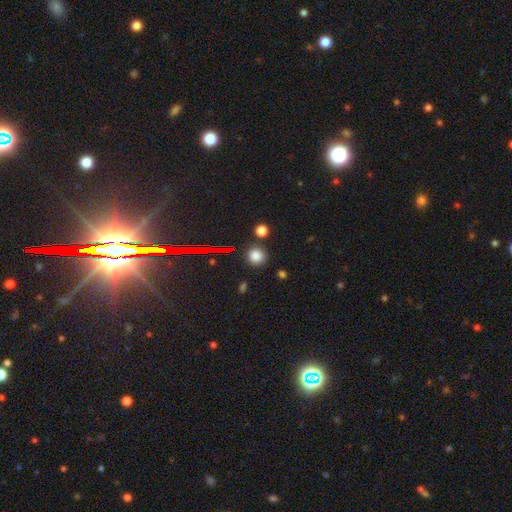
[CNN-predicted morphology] A smooth galaxy with no disk features (78%) that is round (90%). Merging: none (84%).